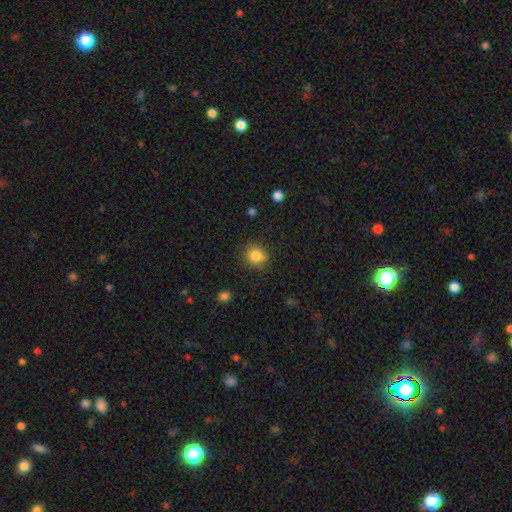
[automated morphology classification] Smooth or featured? smooth (85%)
How rounded? round (85%)
Merging? none (82%)